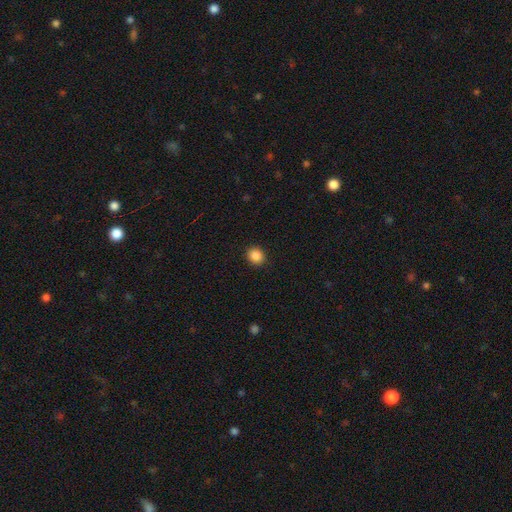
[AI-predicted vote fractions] Overall: smooth (88%). How rounded: round (81%). Merging: none (91%).